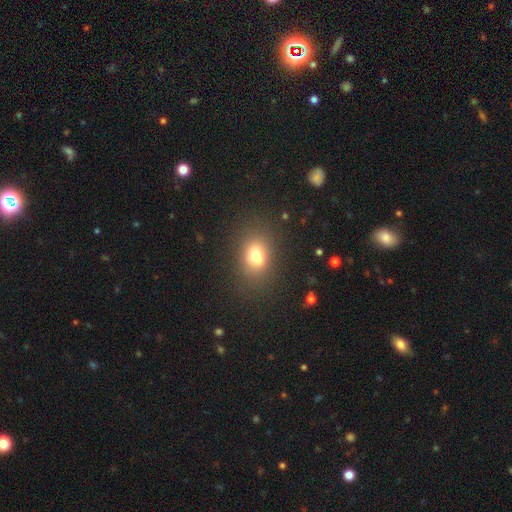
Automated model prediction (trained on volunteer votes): Overall: smooth (74%). How rounded: in between (69%). Merging: none (72%).